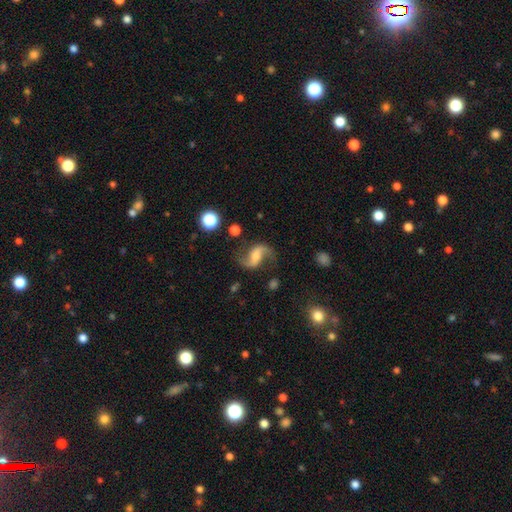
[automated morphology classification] Q: Smooth or featured?
A: featured or disk (87%); runner-up: smooth (7%)
Q: Edge-on disk?
A: no (98%); runner-up: yes (2%)
Q: Bar?
A: no (40%); runner-up: weak (39%)
Q: Spiral arms?
A: yes (97%); runner-up: no (3%)
Q: Spiral winding?
A: loose (76%); runner-up: medium (20%)
Q: Spiral arm count?
A: 2 (94%); runner-up: 1 (2%)
Q: Bulge size?
A: moderate (38%); runner-up: small (33%)
Q: Merging?
A: none (76%); runner-up: minor disturbance (13%)